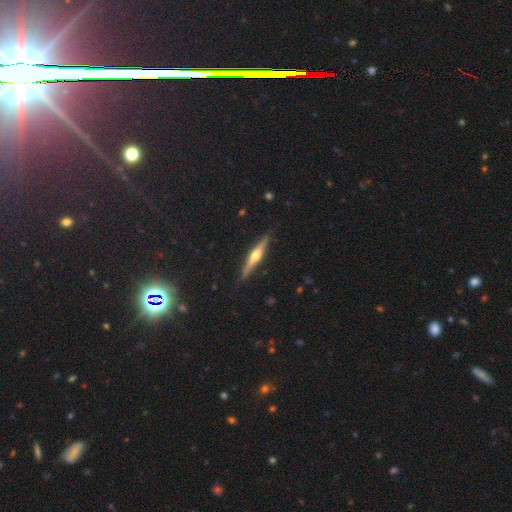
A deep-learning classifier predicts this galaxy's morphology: This is likely a featured or disk galaxy (69%). It is clearly viewed edge-on (97%). Edge-on bulge: clearly rounded (92%). Merging: clearly none (89%).